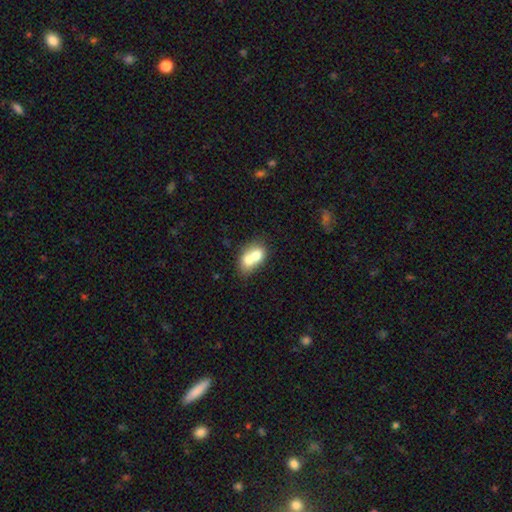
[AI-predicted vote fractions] This appears to be a smooth galaxy with no disk features (66%) that is in between round and cigar-shaped (61%). Merging: merger (71%).